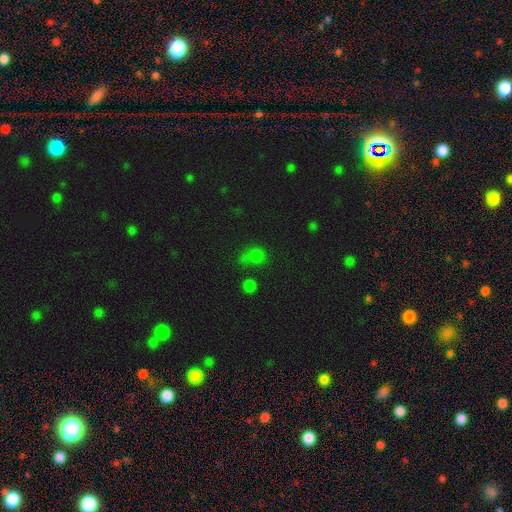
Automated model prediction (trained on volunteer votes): A smooth galaxy with no disk features (66%) that is round (66%).

Vote fractions:
- Smooth or featured? smooth: 66% / star or artifact: 28% / featured or disk: 7%
- How rounded? round: 66% / in between: 32% / cigar-shaped: 2%
- Merging? none: 48% / merger: 22% / minor disturbance: 18% / major disturbance: 12%